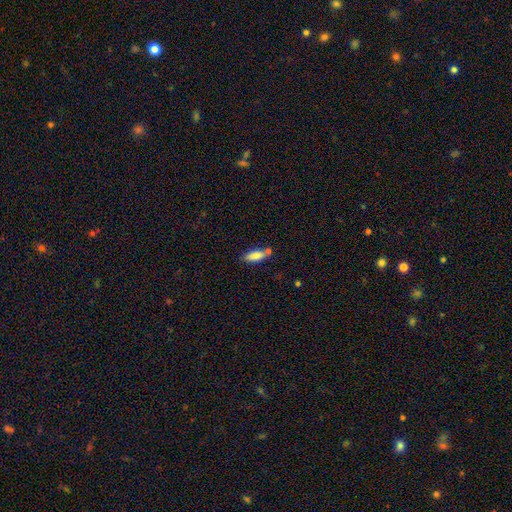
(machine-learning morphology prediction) This appears to be a smooth galaxy with no disk features (83%) that is in between round and cigar-shaped (61%). Merging: none (63%).